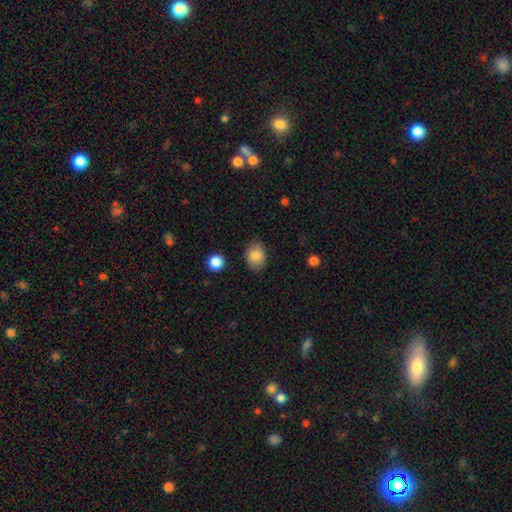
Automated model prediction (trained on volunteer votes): A smooth galaxy with no disk features (86%) that is in between round and cigar-shaped (53%). Merging: none (83%).